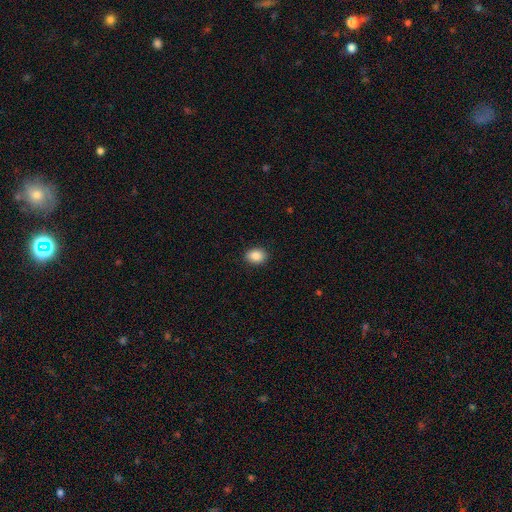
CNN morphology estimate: type=smooth (88%); roundness=in between (65%); merging=none (90%).